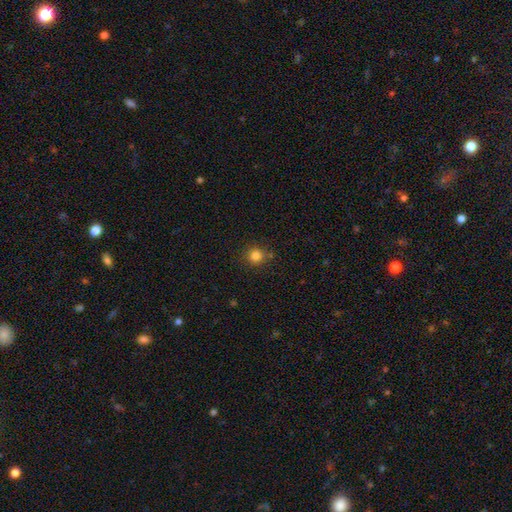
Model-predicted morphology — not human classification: Smooth or featured? Predicted: smooth (p=0.82). How rounded? Predicted: round (p=0.92). Merging? Predicted: none (p=0.83).